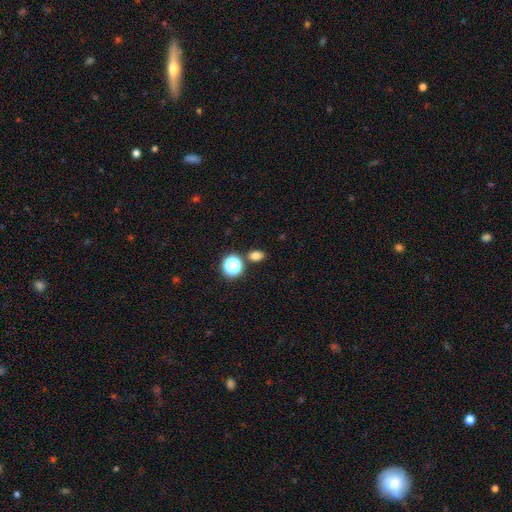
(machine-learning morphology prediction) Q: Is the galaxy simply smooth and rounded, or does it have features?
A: smooth — 77%.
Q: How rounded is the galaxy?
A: in between — 65%.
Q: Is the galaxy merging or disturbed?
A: none — 80%.